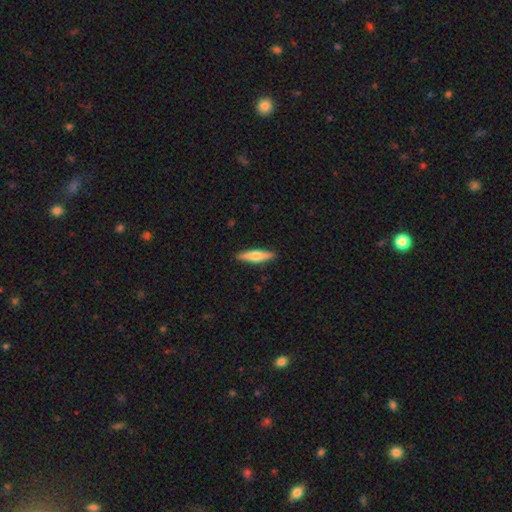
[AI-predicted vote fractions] Q: Smooth or featured?
A: smooth (54%); runner-up: featured or disk (41%)
Q: How rounded?
A: cigar-shaped (80%); runner-up: in between (18%)
Q: Merging?
A: none (90%); runner-up: minor disturbance (7%)